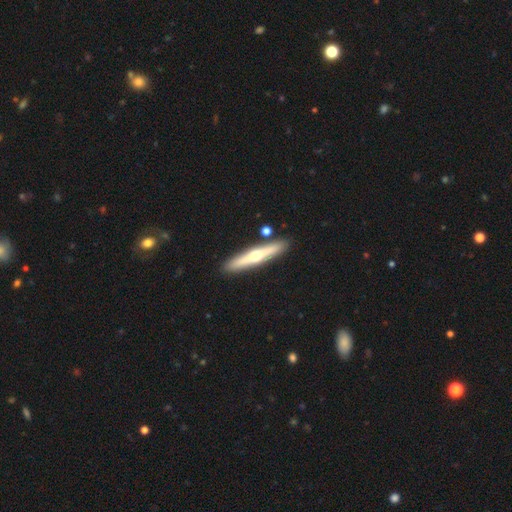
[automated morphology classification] Smooth or featured: featured or disk — 63% (smooth — 32%)
Edge-on disk: yes — 95% (no — 5%)
Edge-on bulge: rounded — 92% (none — 6%)
Merging: none — 88% (minor disturbance — 7%)